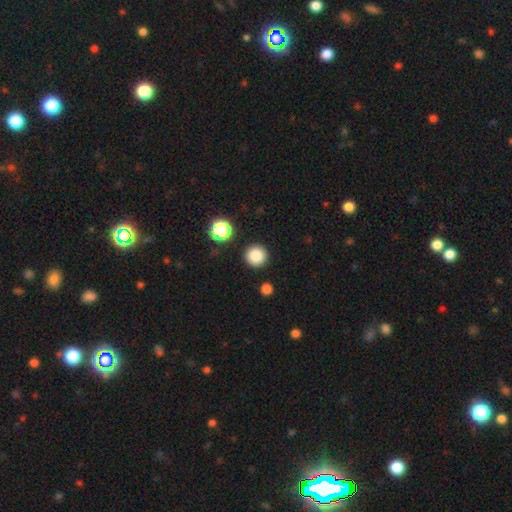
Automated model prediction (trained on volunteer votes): smooth 85%, star or artifact 11%, featured or disk 4%. Down the decision tree: how rounded — round (96%); merging — none (90%).